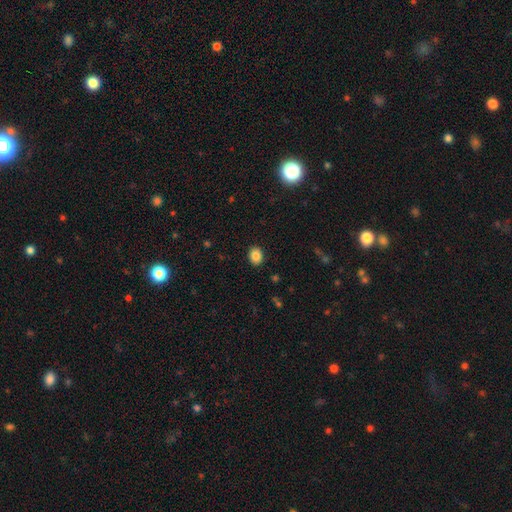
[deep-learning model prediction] Q: Smooth or featured?
A: smooth (86%); runner-up: star or artifact (9%)
Q: How rounded?
A: in between (52%); runner-up: round (47%)
Q: Merging?
A: none (90%); runner-up: minor disturbance (7%)